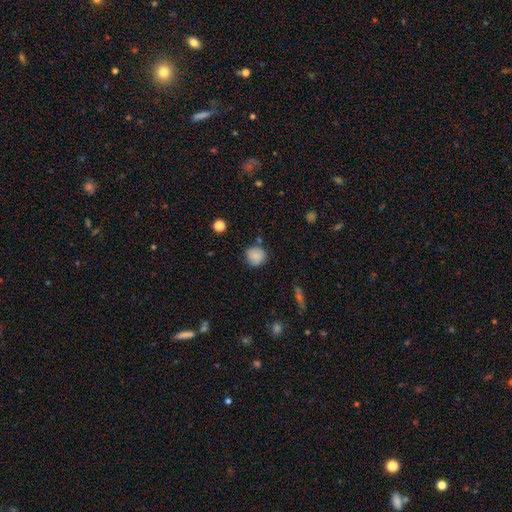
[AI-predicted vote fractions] Morphology: type=smooth (85%); roundness=round (88%); merging=none (78%).